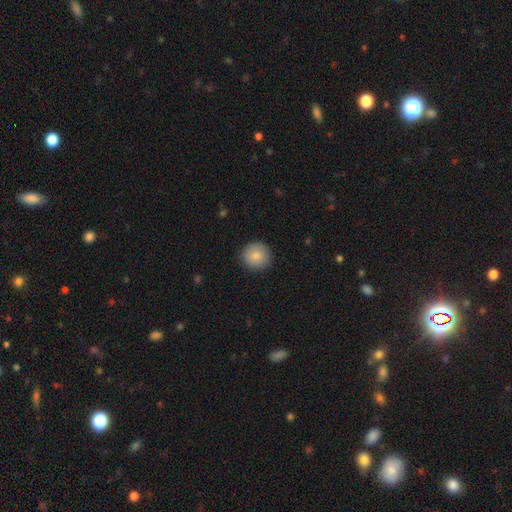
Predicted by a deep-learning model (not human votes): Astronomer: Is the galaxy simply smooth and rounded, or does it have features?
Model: smooth — 85%.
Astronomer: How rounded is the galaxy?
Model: round — 93%.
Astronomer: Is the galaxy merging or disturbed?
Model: none — 89%.